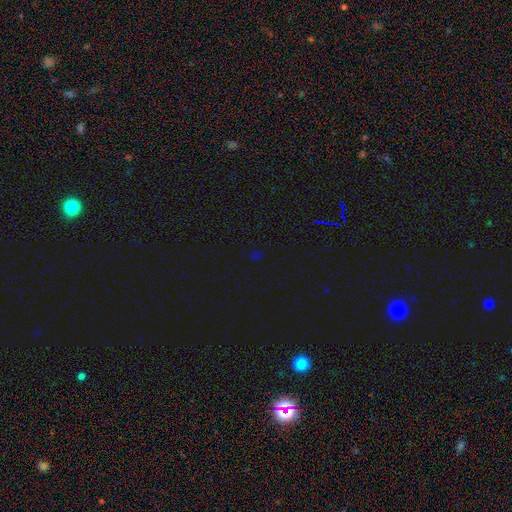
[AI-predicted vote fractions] smooth-or-featured: star or artifact: 64% | smooth: 29% | featured or disk: 7%